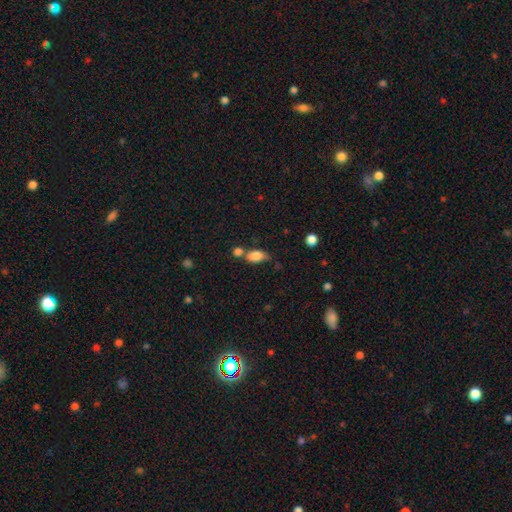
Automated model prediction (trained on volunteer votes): Smooth or featured? smooth (82%)
How rounded? in between (88%)
Merging? none (49%)